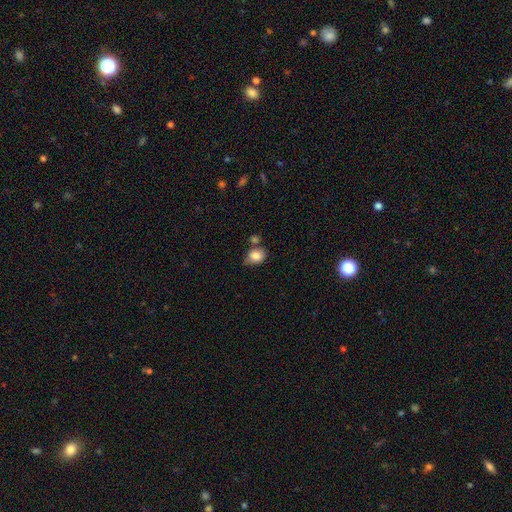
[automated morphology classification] Overall: smooth (84%). How rounded: round (50%; in between 48%). Merging: none (52%; minor disturbance 24%).